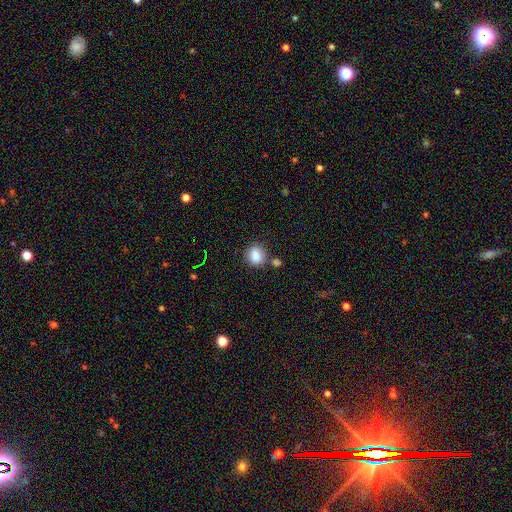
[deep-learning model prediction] Morphology: type=smooth (84%); roundness=round (64%); merging=none (68%).